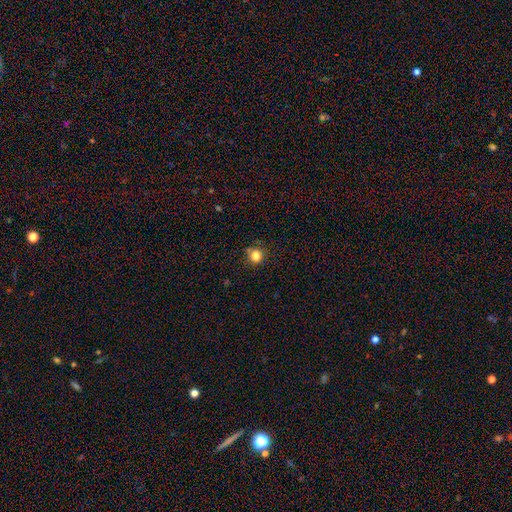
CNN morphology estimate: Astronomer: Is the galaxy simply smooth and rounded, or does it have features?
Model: smooth — 82%.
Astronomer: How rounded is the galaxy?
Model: round — 86%.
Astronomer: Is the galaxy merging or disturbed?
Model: none — 78%.